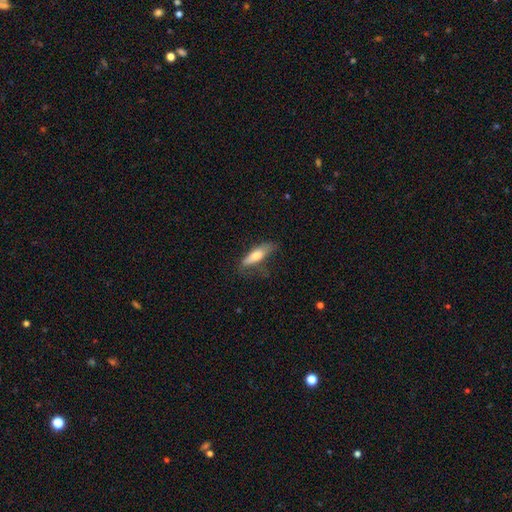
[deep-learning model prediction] Smooth or featured? smooth (65%)
How rounded? cigar-shaped (58%)
Merging? none (54%)